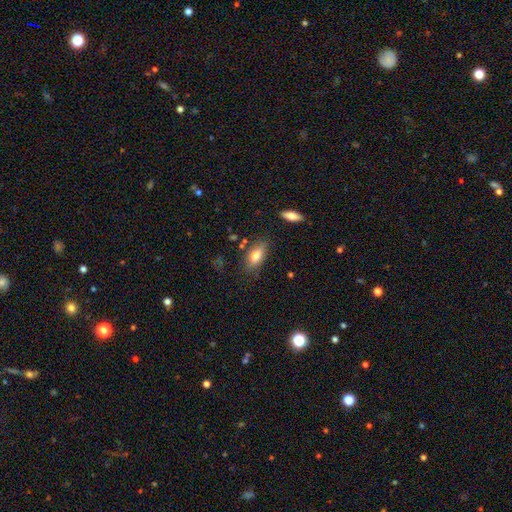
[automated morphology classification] smooth-or-featured: smooth: 73% | featured or disk: 19% | star or artifact: 8%
  how-rounded: in between: 81% | cigar-shaped: 13% | round: 5%
  merging: none: 75% | minor disturbance: 17% | major disturbance: 4% | merger: 4%